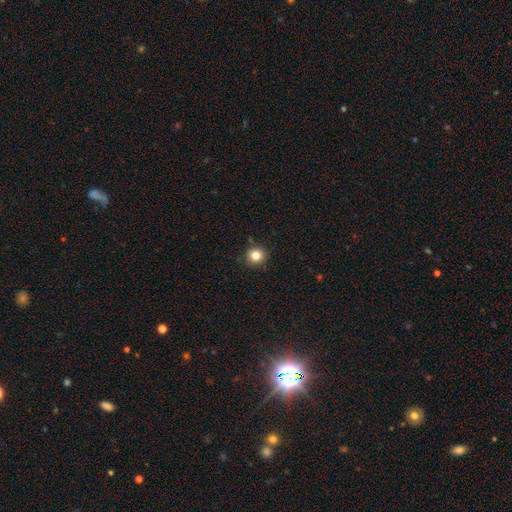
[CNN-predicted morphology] This is clearly a smooth galaxy (83%). How rounded: clearly round (91%). Merging: clearly none (89%).